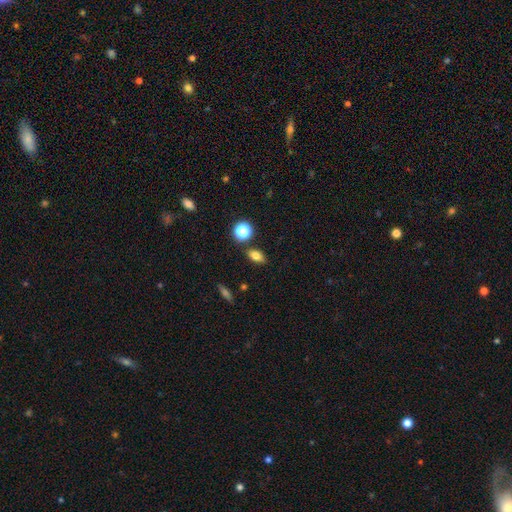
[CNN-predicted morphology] smooth 76%, star or artifact 12%, featured or disk 12%. Down the decision tree: how rounded — in between (76%); merging — none (81%).